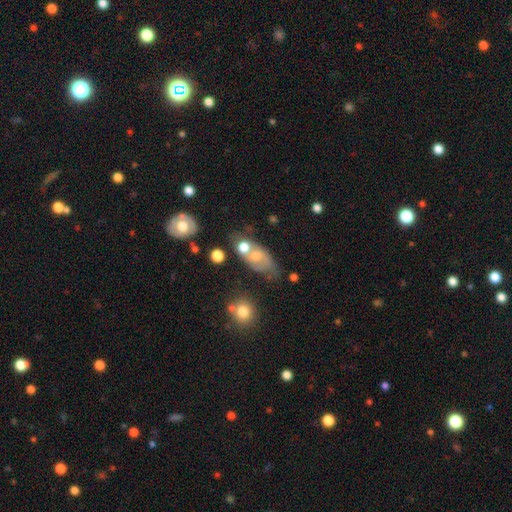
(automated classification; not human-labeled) This appears to be a smooth galaxy with no disk features (49%). Merging: none (35%).